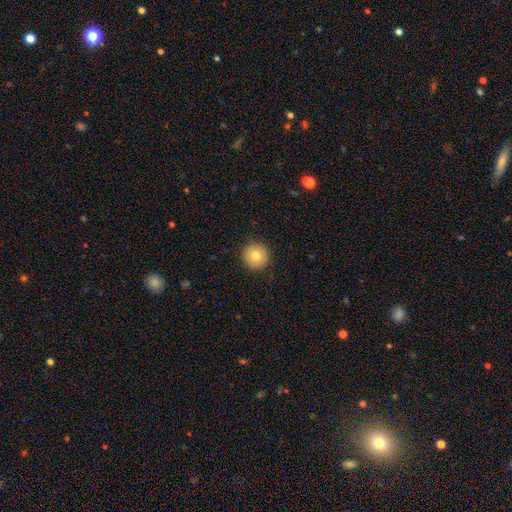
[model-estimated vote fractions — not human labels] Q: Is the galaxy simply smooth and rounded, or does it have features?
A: smooth — 79%.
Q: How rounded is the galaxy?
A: round — 95%.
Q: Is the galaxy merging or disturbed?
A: none — 90%.